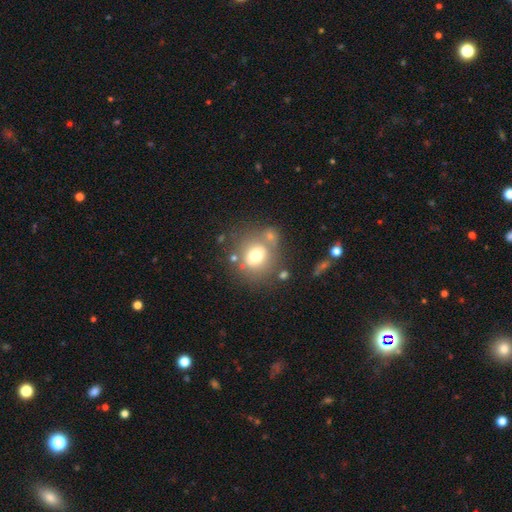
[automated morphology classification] A smooth galaxy with no disk features (69%) that is round (81%).

Vote fractions:
- Smooth or featured? smooth: 69% / featured or disk: 19% / star or artifact: 13%
- How rounded? round: 81% / in between: 18% / cigar-shaped: 1%
- Merging? none: 64% / merger: 15% / minor disturbance: 14% / major disturbance: 7%